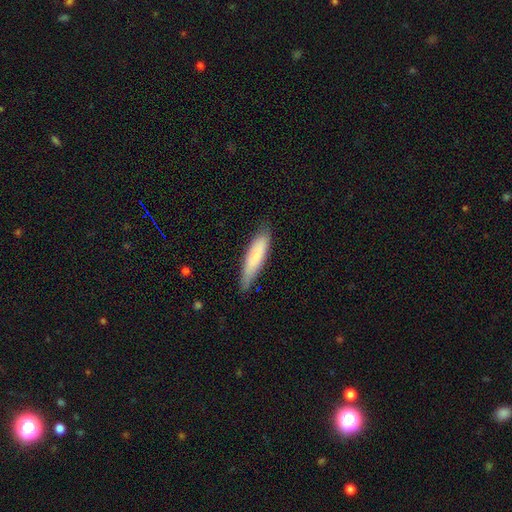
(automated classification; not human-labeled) Morphology: type=smooth (80%); roundness=cigar-shaped (77%); merging=none (78%).